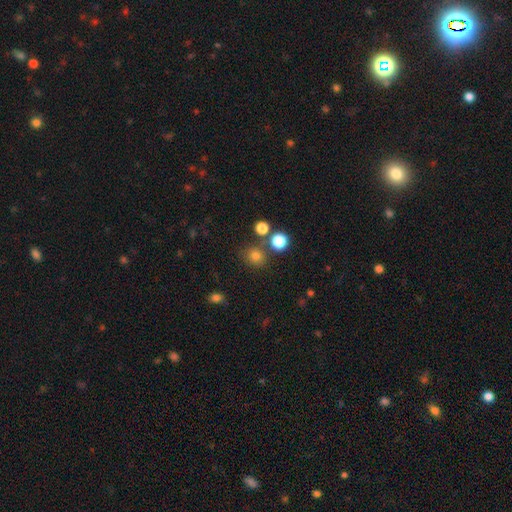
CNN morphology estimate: smooth 77%, star or artifact 17%, featured or disk 7%. Down the decision tree: how rounded — round (81%); merging — none (73%).